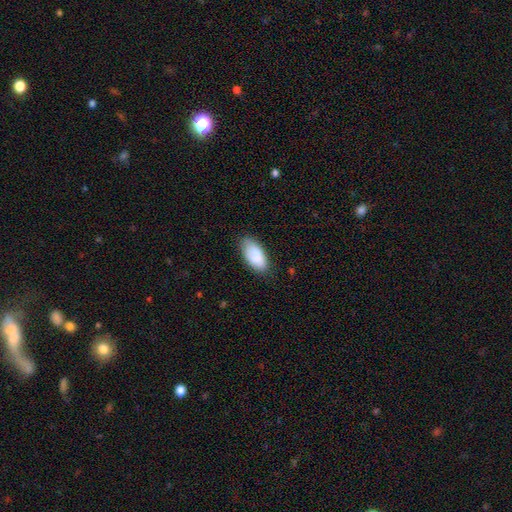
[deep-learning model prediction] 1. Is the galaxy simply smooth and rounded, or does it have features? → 86% smooth, 8% featured or disk, 6% star or artifact.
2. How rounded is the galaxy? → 91% in between, 7% cigar-shaped, 2% round.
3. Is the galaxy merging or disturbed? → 77% none, 18% minor disturbance, 3% major disturbance, 1% merger.